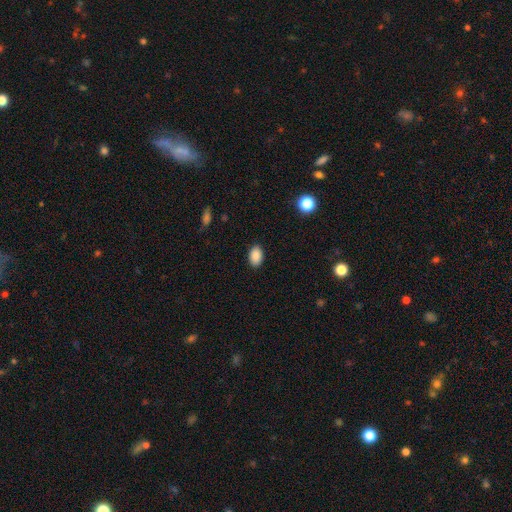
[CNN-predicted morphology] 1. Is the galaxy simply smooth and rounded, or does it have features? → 89% smooth, 8% star or artifact, 3% featured or disk.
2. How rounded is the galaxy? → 87% in between, 11% round, 1% cigar-shaped.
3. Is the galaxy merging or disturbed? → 88% none, 9% minor disturbance, 2% major disturbance, 1% merger.